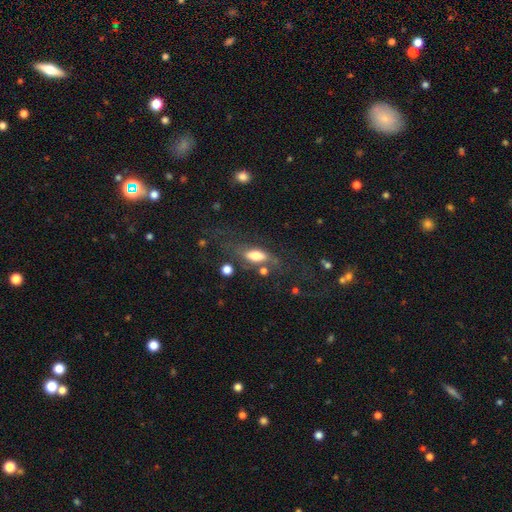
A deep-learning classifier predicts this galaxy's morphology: Smooth or featured? Predicted: smooth (p=0.68). How rounded? Predicted: in between (p=0.77). Merging? Predicted: none (p=0.51).